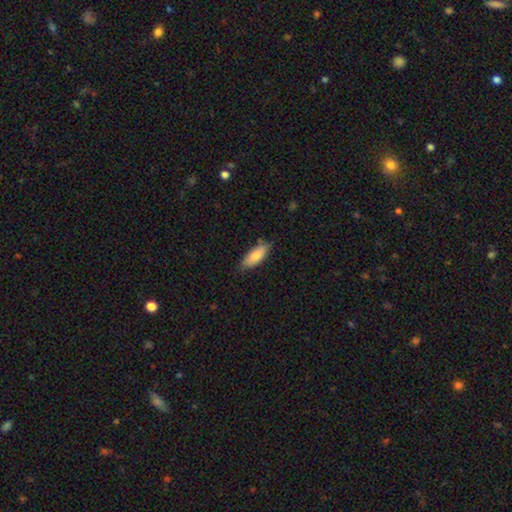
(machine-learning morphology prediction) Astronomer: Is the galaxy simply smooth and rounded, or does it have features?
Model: smooth — 82%.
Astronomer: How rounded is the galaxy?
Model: in between — 76%.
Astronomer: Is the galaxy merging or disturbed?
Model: none — 76%.